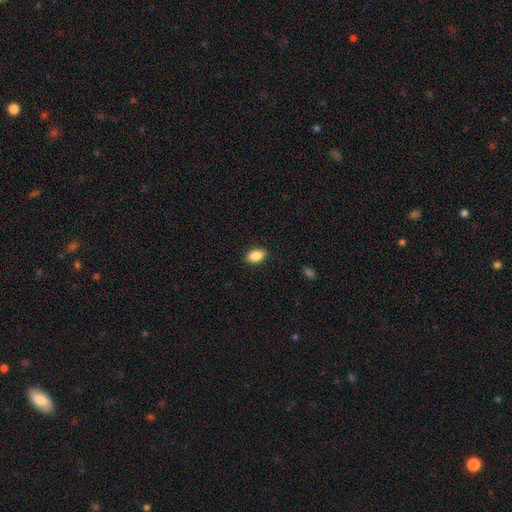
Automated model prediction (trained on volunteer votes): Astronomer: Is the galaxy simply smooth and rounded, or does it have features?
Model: smooth — 88%.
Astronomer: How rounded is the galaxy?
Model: in between — 90%.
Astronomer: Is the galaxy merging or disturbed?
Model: none — 90%.